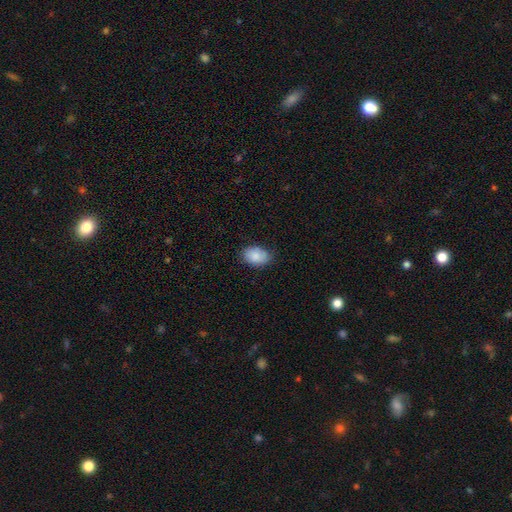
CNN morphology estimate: Smooth or featured? Predicted: smooth (p=0.87). How rounded? Predicted: in between (p=0.85). Merging? Predicted: none (p=0.79).